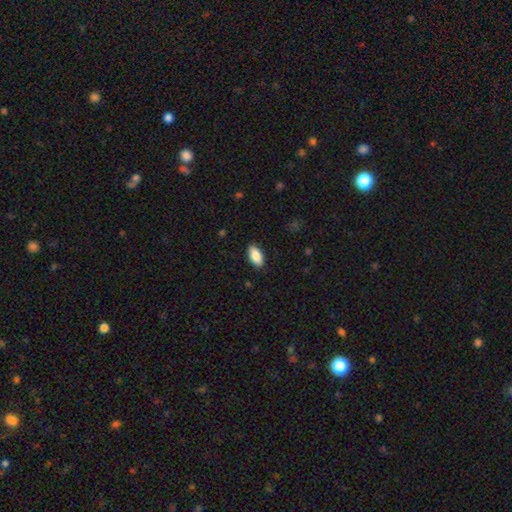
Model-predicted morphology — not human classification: A smooth galaxy with no disk features (88%) that is in between round and cigar-shaped (92%).

Vote fractions:
- Smooth or featured? smooth: 88% / star or artifact: 6% / featured or disk: 6%
- How rounded? in between: 92% / cigar-shaped: 6% / round: 2%
- Merging? none: 88% / minor disturbance: 9% / major disturbance: 2% / merger: 1%